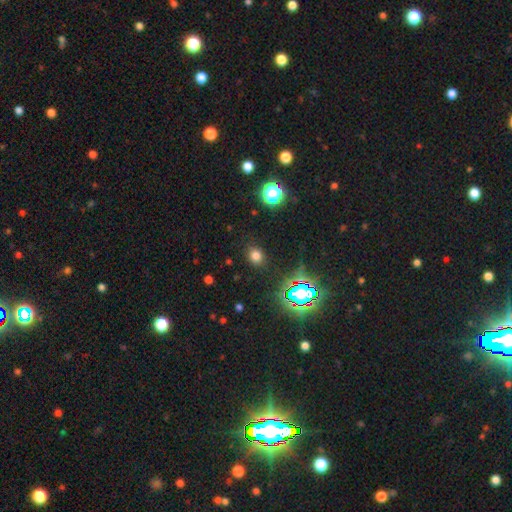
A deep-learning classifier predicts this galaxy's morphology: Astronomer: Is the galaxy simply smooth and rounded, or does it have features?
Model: smooth — 71%.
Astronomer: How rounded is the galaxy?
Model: round — 73%.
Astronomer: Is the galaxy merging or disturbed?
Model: none — 87%.